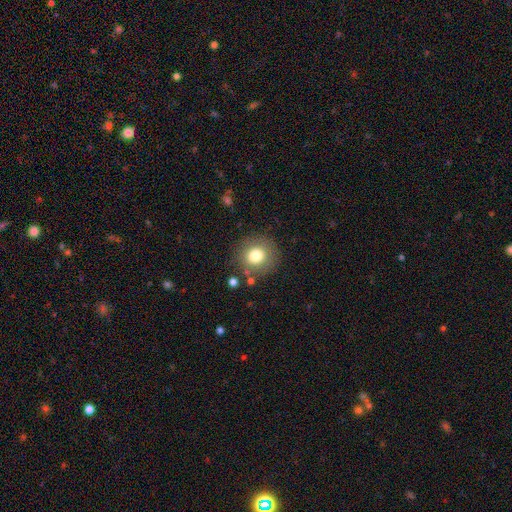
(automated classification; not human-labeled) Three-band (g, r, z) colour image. It shows a smooth galaxy with no disk features (76%) that is round (90%). Merging: none (83%).